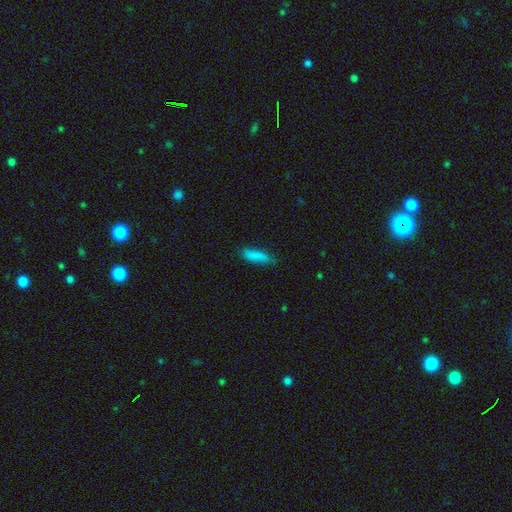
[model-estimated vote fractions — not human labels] The model was most divided on "how rounded": cigar-shaped: 52%, in between: 47%, round: 2%. More confident: smooth or featured — smooth (87%); merging — none (77%).